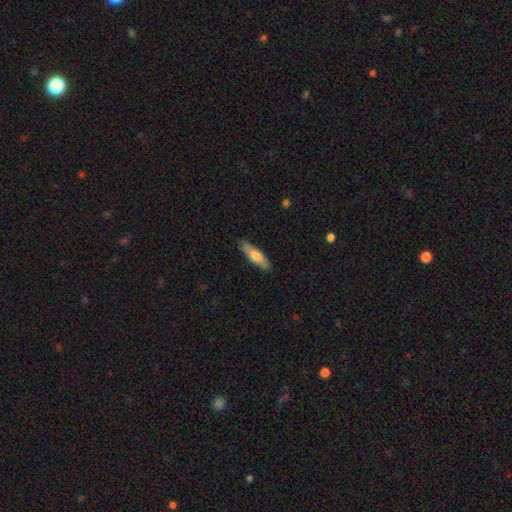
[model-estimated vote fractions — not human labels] Smooth or featured? smooth (71%)
How rounded? cigar-shaped (62%)
Merging? none (86%)